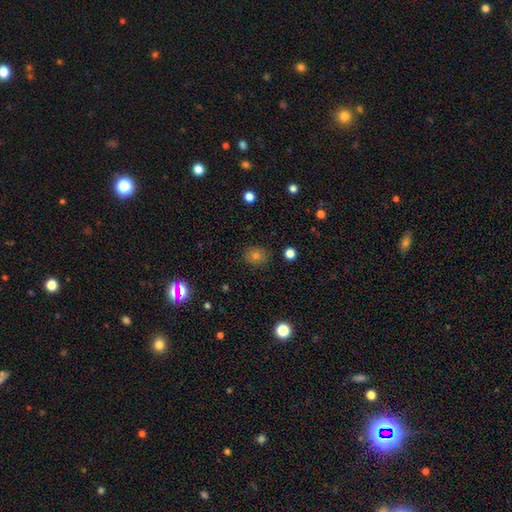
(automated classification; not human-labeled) A smooth galaxy with no disk features (69%) that is round (72%). Merging: none (87%).